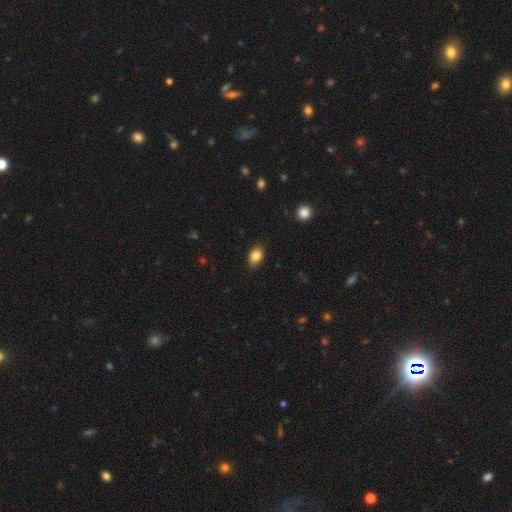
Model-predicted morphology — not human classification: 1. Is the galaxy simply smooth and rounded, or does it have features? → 86% smooth, 9% star or artifact, 5% featured or disk.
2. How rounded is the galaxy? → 80% in between, 19% round, 1% cigar-shaped.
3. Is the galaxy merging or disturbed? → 85% none, 11% minor disturbance, 2% major disturbance, 1% merger.